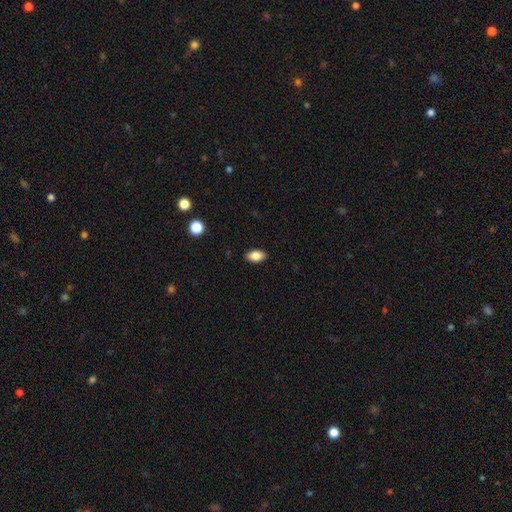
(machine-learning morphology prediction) Smooth or featured? Predicted: smooth (p=0.83). How rounded? Predicted: in between (p=0.91). Merging? Predicted: none (p=0.88).